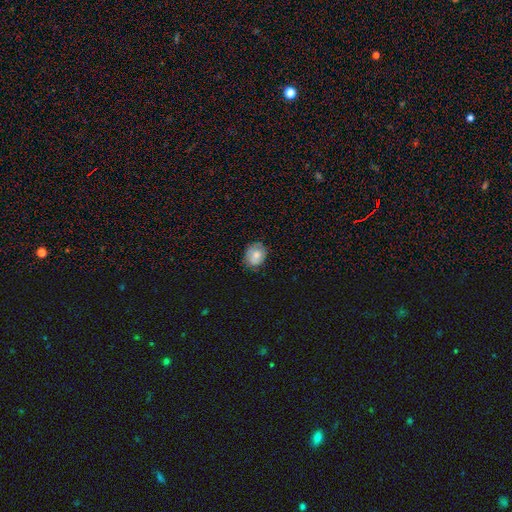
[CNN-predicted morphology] Overall: smooth (69%). How rounded: in between (52%; round 47%). Merging: none (73%).